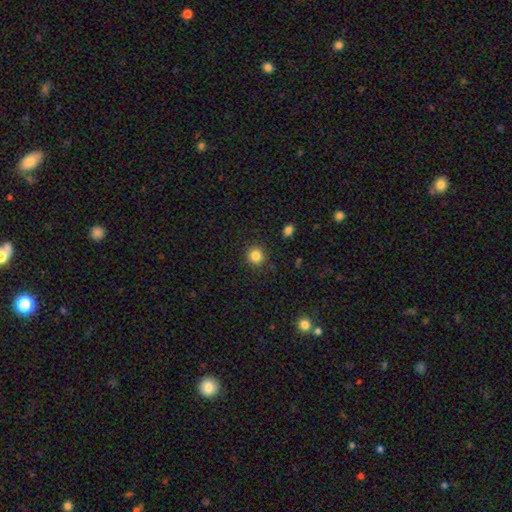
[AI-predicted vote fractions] Overall: smooth (84%). How rounded: round (92%). Merging: none (91%).